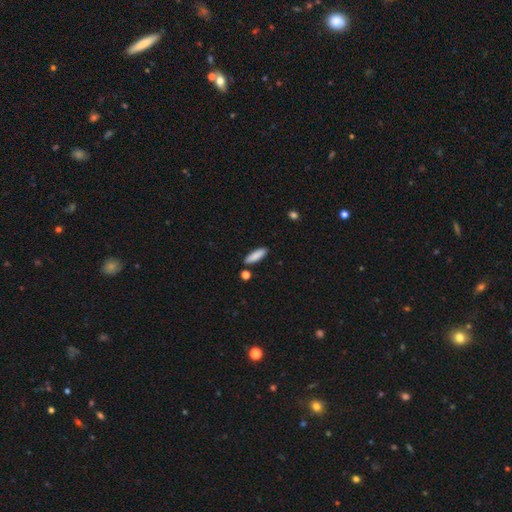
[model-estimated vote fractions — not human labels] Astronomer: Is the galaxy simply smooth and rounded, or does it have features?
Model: smooth — 87%.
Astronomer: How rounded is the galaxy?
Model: cigar-shaped — 60% (runner-up: in between, 38%).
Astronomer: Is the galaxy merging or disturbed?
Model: none — 85%.